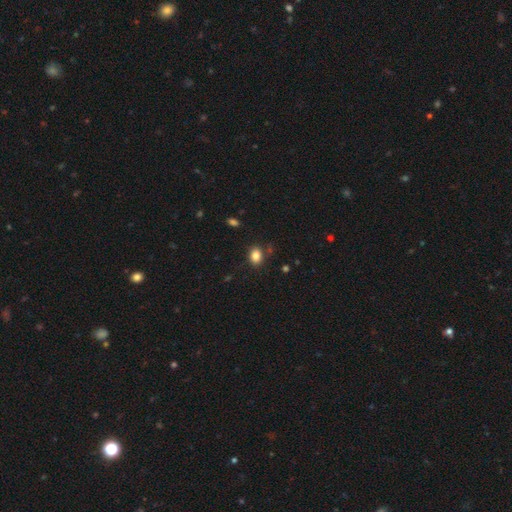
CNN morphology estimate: This appears to be a smooth galaxy with no disk features (85%) that is in between round and cigar-shaped (68%). Merging: none (80%).